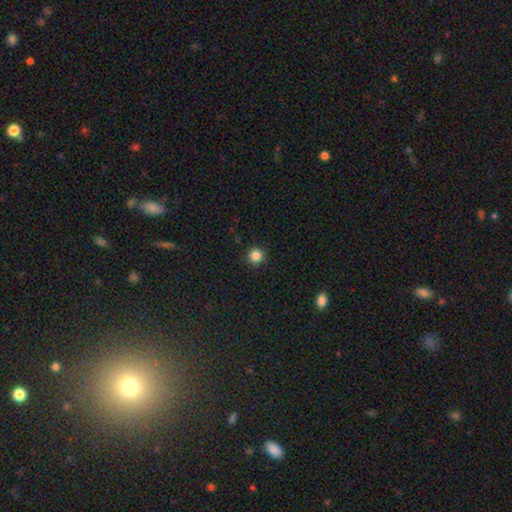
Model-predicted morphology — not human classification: type=smooth (84%); roundness=round (95%); merging=none (92%).